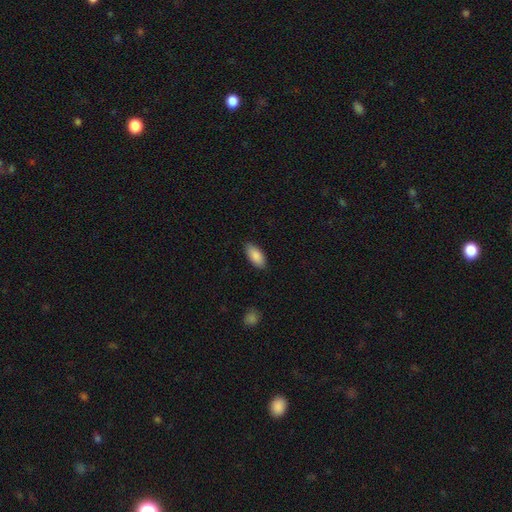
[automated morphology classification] Smooth or featured: smooth — 88% (star or artifact — 6%)
How rounded: in between — 89% (cigar-shaped — 9%)
Merging: none — 87% (minor disturbance — 10%)